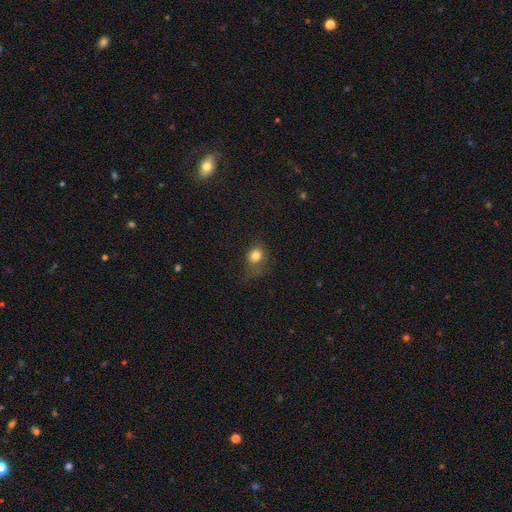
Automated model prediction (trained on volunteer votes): A smooth galaxy with no disk features (79%) that is round (70%). Merging: none (50%).